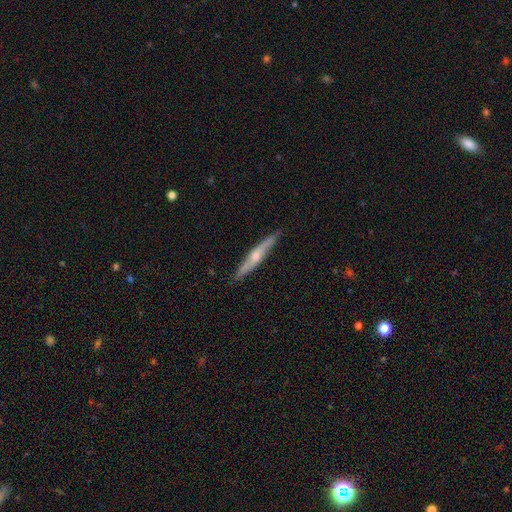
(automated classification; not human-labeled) Smooth or featured?
  - featured or disk: 64% *
  - smooth: 31%
  - star or artifact: 6%
Edge-on disk?
  - yes: 93% *
  - no: 7%
Edge-on bulge?
  - rounded: 82% *
  - none: 14%
  - boxy: 4%
Merging?
  - none: 87% *
  - minor disturbance: 10%
  - major disturbance: 2%
  - merger: 1%